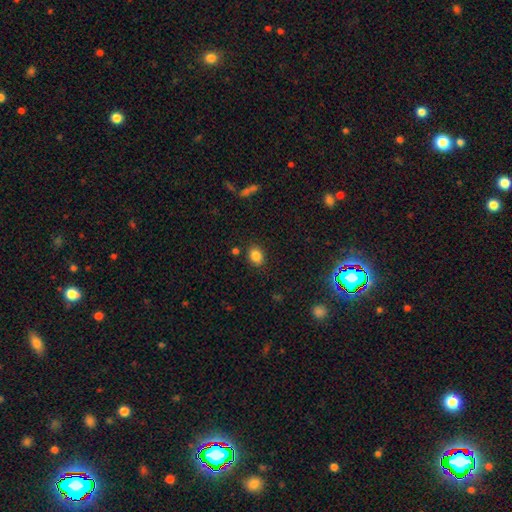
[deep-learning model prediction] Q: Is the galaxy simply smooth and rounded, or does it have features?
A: smooth — 84%.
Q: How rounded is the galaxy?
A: in between — 59%.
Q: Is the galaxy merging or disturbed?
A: none — 83%.